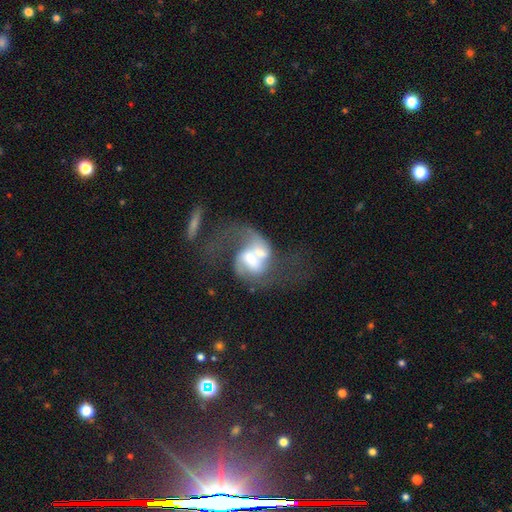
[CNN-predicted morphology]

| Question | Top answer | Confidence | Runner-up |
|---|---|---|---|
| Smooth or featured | featured or disk | 76% | smooth (17%) |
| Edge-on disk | no | 97% | yes (3%) |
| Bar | weak | 40% | tied: no (40%) |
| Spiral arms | yes | 84% | no (16%) |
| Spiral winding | loose | 57% | medium (34%) |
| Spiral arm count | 2 | 66% | 1 (17%) |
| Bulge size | moderate | 50% | small (24%) |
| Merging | merger | 56% | major disturbance (22%) |